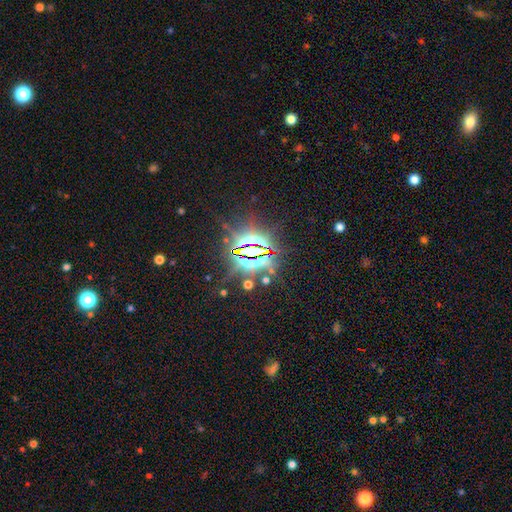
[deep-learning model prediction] Smooth or featured? Predicted: star or artifact (p=0.83).